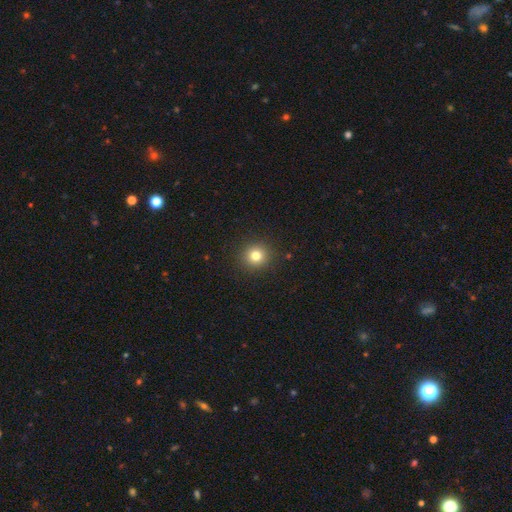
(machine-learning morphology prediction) A smooth galaxy with no disk features (79%) that is round (94%). Merging: none (92%).